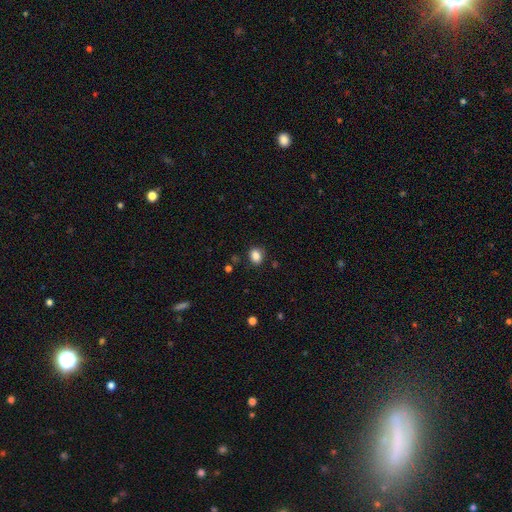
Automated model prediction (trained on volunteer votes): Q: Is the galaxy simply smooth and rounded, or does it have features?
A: smooth — 86%.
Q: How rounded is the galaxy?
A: in between — 56%.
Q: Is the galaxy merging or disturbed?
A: none — 84%.